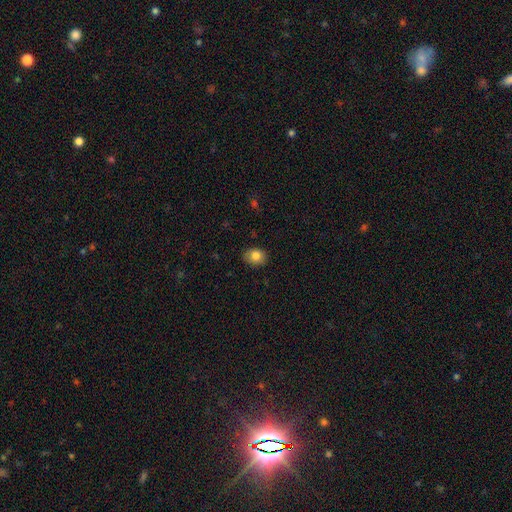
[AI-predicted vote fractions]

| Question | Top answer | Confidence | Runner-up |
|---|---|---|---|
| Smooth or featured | smooth | 83% | star or artifact (9%) |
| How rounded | in between | 58% | round (41%) |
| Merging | none | 85% | minor disturbance (12%) |